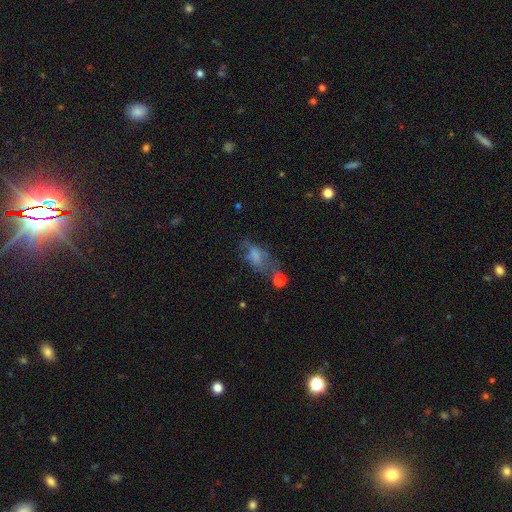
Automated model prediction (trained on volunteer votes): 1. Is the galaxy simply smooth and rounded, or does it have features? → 55% smooth, 31% featured or disk, 14% star or artifact.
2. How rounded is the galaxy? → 79% in between, 14% cigar-shaped, 8% round.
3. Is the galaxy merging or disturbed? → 32% major disturbance, 29% none, 22% minor disturbance, 16% merger.